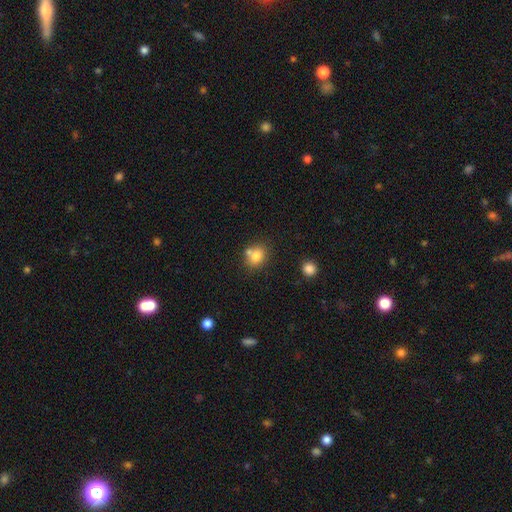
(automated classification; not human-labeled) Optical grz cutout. It shows a smooth galaxy with no disk features (78%) that is round (60%). Merging: none (58%).